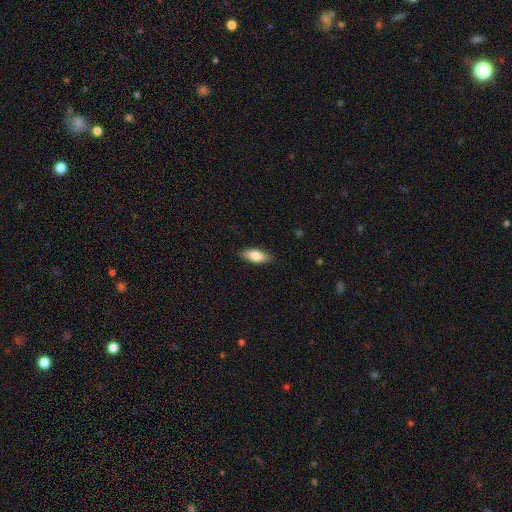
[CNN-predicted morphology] type=smooth (79%); roundness=in between (82%); merging=none (87%).